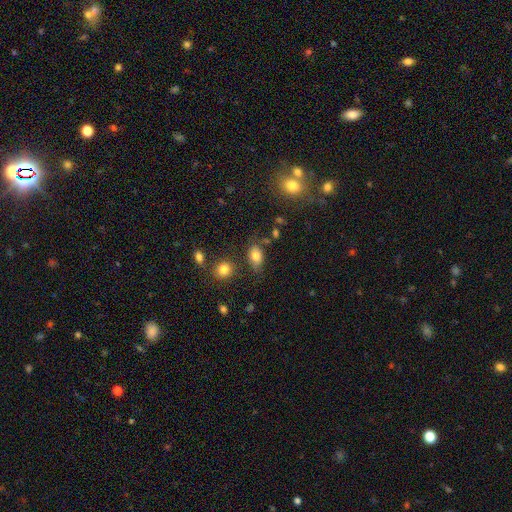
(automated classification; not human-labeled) The model was most divided on "merging": none: 69%, minor disturbance: 19%, merger: 6%, major disturbance: 6%. More confident: how rounded — in between (84%); smooth or featured — smooth (81%).